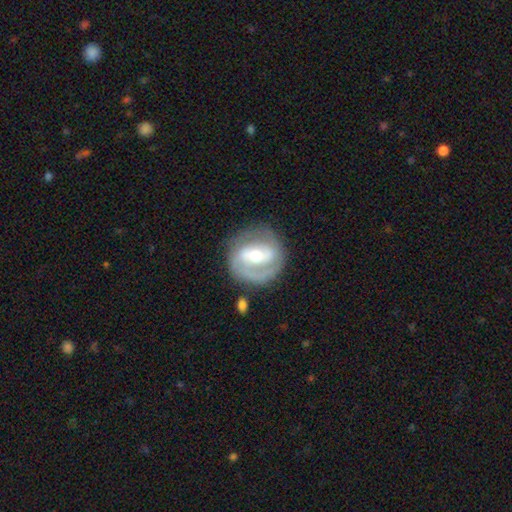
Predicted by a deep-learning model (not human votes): smooth_or_featured: featured or disk (p=0.78) [alt: smooth p=0.17]
disk_edge_on: no (p=0.97) [alt: yes p=0.03]
bar: strong (p=0.42) [alt: weak p=0.39]
has_spiral_arms: yes (p=0.81) [alt: no p=0.19]
spiral_winding: tight (p=0.48) [alt: medium p=0.38]
spiral_arm_count: 2 (p=0.72) [alt: 1 p=0.12]
bulge_size: moderate (p=0.66) [alt: small p=0.25]
merging: none (p=0.76) [alt: minor disturbance p=0.15]